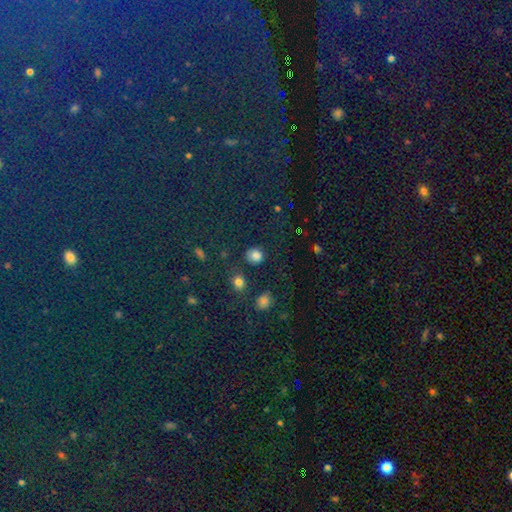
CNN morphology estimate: A smooth galaxy with no disk features (81%) that is round (85%).

Vote fractions:
- Smooth or featured? smooth: 81% / star or artifact: 14% / featured or disk: 5%
- How rounded? round: 85% / in between: 14% / cigar-shaped: 1%
- Merging? none: 82% / minor disturbance: 10% / major disturbance: 4% / merger: 4%